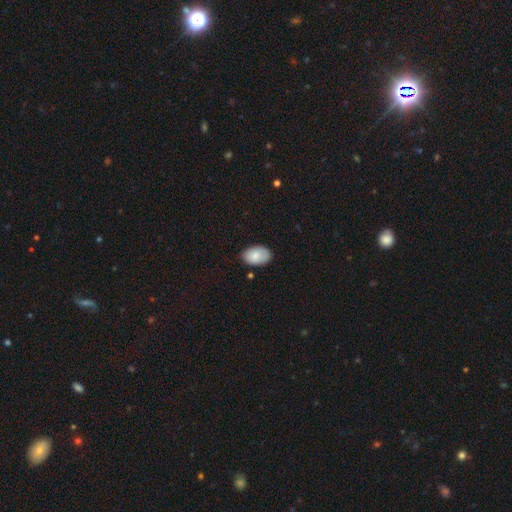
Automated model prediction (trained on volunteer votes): smooth_or_featured: smooth (p=0.85) [alt: featured or disk p=0.08]
how_rounded: in between (p=0.90) [alt: round p=0.09]
merging: none (p=0.81) [alt: minor disturbance p=0.15]